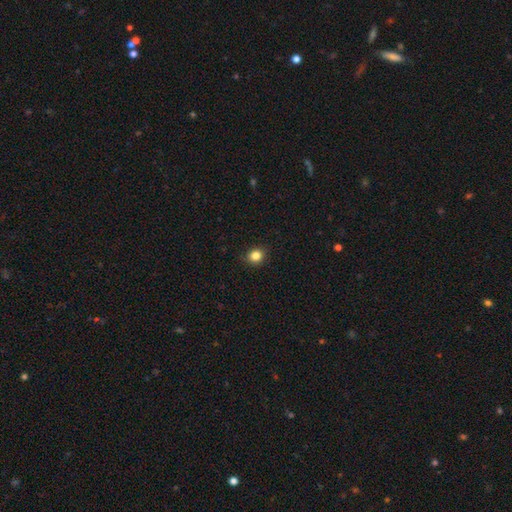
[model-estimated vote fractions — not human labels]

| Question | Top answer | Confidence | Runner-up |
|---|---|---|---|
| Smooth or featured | smooth | 84% | star or artifact (11%) |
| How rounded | round | 76% | in between (23%) |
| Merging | none | 91% | minor disturbance (7%) |